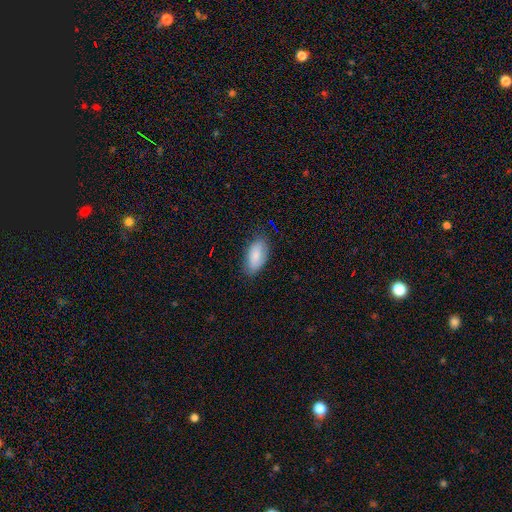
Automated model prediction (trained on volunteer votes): Q: Smooth or featured?
A: smooth (82%); runner-up: featured or disk (12%)
Q: How rounded?
A: in between (93%); runner-up: cigar-shaped (4%)
Q: Merging?
A: none (77%); runner-up: minor disturbance (19%)